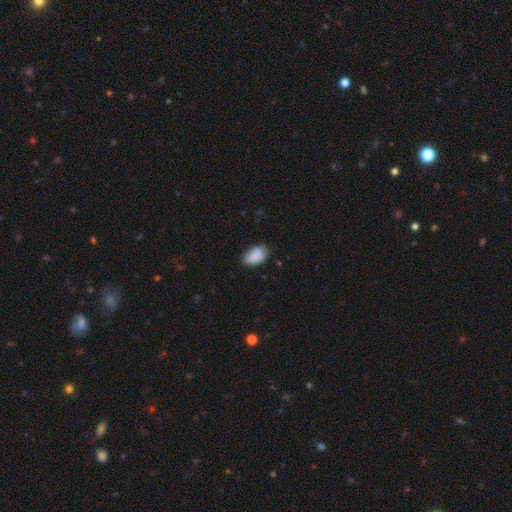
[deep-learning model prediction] Smooth or featured: smooth — 86% (star or artifact — 7%)
How rounded: in between — 92% (round — 7%)
Merging: none — 71% (minor disturbance — 23%)